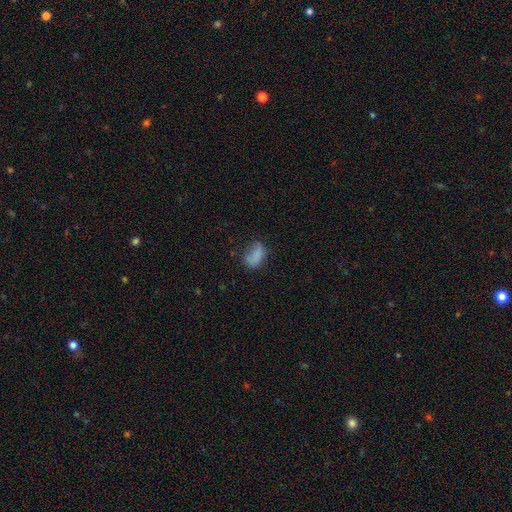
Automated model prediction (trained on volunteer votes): Smooth or featured: smooth — 73% (featured or disk — 16%)
How rounded: in between — 87% (round — 10%)
Merging: none — 41% (minor disturbance — 30%)